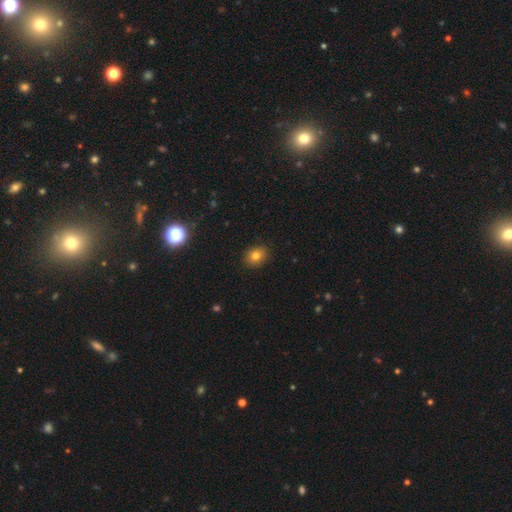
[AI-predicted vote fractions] Morphology: type=smooth (78%); roundness=round (57%); merging=none (90%).